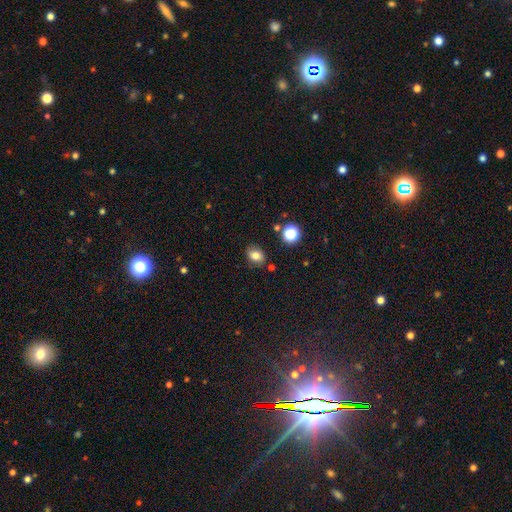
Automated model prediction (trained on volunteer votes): A smooth galaxy with no disk features (78%) that is in between round and cigar-shaped (59%).

Vote fractions:
- Smooth or featured? smooth: 78% / star or artifact: 13% / featured or disk: 9%
- How rounded? in between: 59% / round: 40% / cigar-shaped: 1%
- Merging? none: 80% / minor disturbance: 13% / merger: 3% / major disturbance: 3%